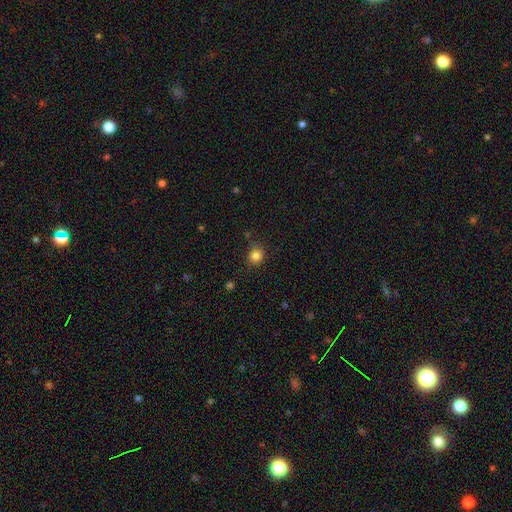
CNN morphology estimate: smooth_or_featured: smooth (p=0.83) [alt: star or artifact p=0.12]
how_rounded: round (p=0.84) [alt: in between p=0.15]
merging: none (p=0.79) [alt: minor disturbance p=0.14]